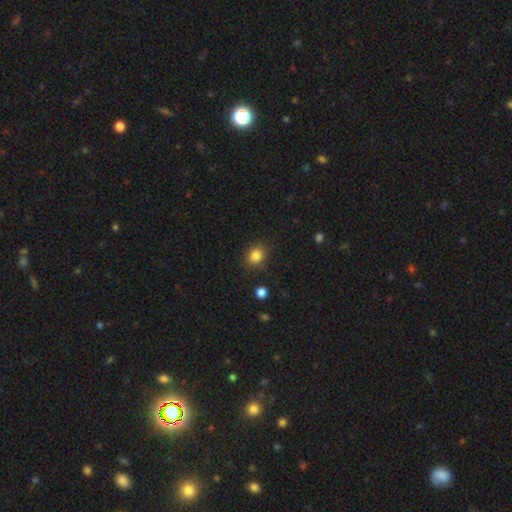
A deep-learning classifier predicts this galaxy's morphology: A smooth galaxy with no disk features (84%) that is round (69%).

Vote fractions:
- Smooth or featured? smooth: 84% / star or artifact: 11% / featured or disk: 5%
- How rounded? round: 69% / in between: 30% / cigar-shaped: 1%
- Merging? none: 84% / minor disturbance: 11% / major disturbance: 3% / merger: 2%